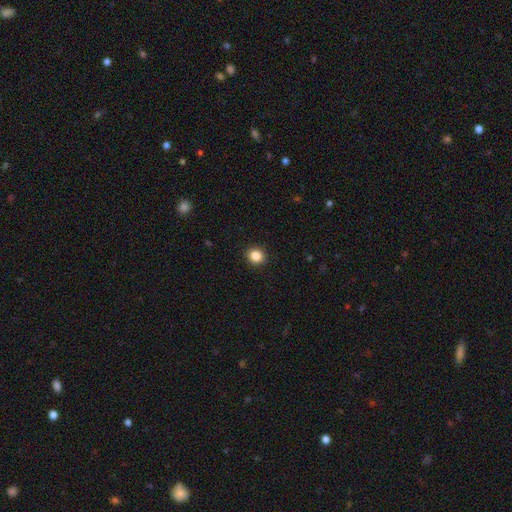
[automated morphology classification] Overall: smooth (85%). How rounded: round (84%). Merging: none (92%).